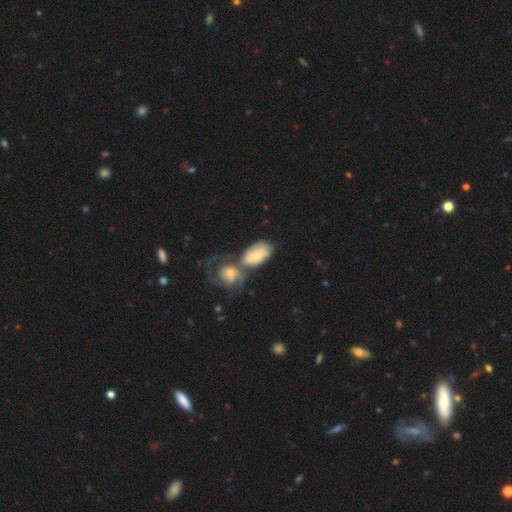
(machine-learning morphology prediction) This appears to be a smooth galaxy with no disk features (55%) that is in between round and cigar-shaped (90%). Merging: merger (54%).